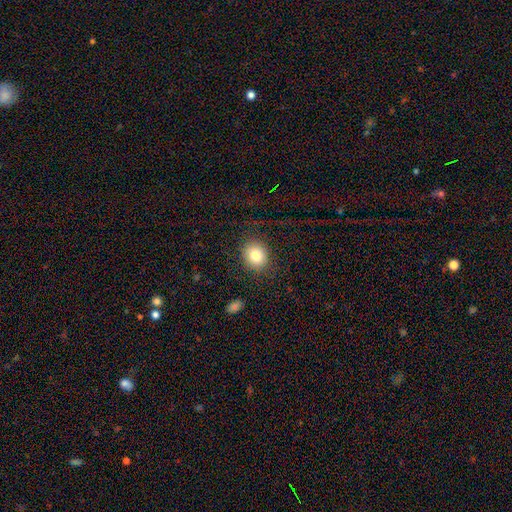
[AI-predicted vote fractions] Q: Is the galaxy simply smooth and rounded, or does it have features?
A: smooth — 81%.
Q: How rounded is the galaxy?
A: round — 72%.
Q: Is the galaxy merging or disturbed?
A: none — 84%.